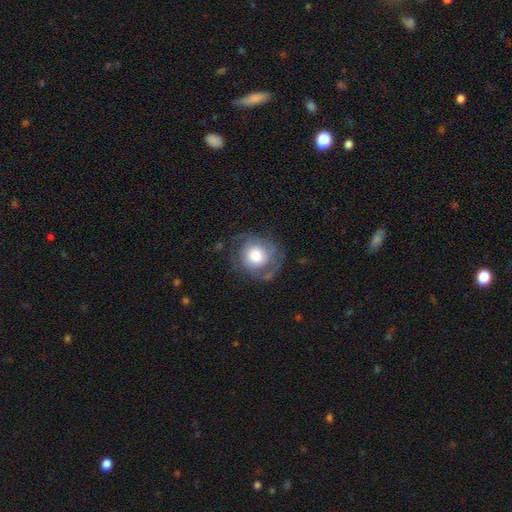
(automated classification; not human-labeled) featured or disk 58%, smooth 34%, star or artifact 7%. Down the decision tree: edge-on disk — no (97%); bar — no (80%); spiral arms — yes (84%); bulge size — large (52%); merging — none (64%).